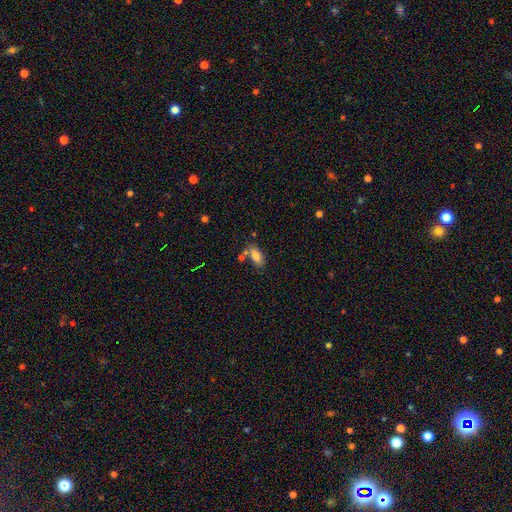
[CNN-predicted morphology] The model was most divided on "merging": none: 64%, minor disturbance: 16%, merger: 15%, major disturbance: 4%. More confident: how rounded — in between (88%); smooth or featured — smooth (80%).